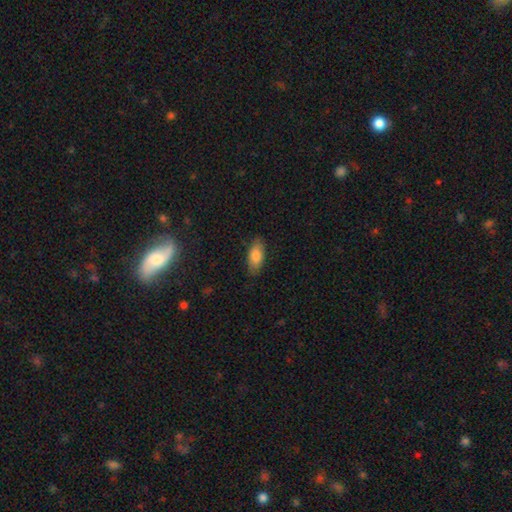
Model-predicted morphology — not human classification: This is clearly a smooth galaxy (84%). How rounded: clearly in between (88%). Merging: clearly none (83%).